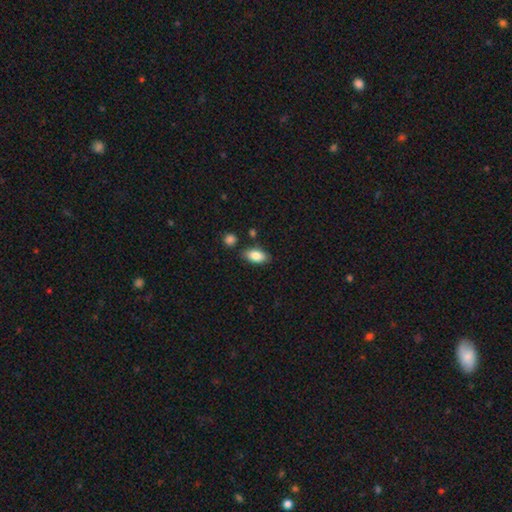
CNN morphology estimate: type=smooth (86%); roundness=in between (91%); merging=none (82%).